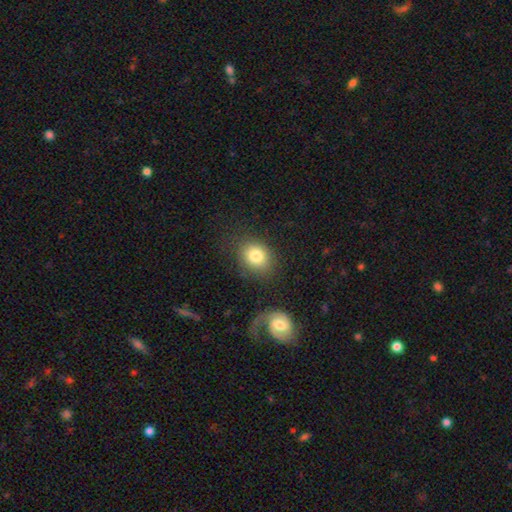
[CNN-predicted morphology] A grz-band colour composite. It shows a smooth galaxy with no disk features (81%) that is round (61%). Merging: none (74%).